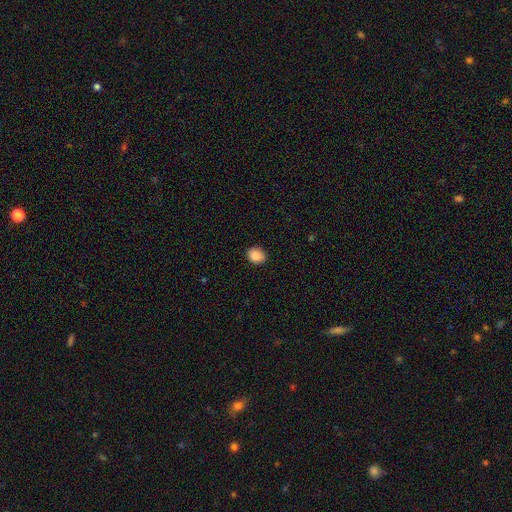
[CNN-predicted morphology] Smooth or featured? smooth (89%)
How rounded? in between (53%)
Merging? none (86%)